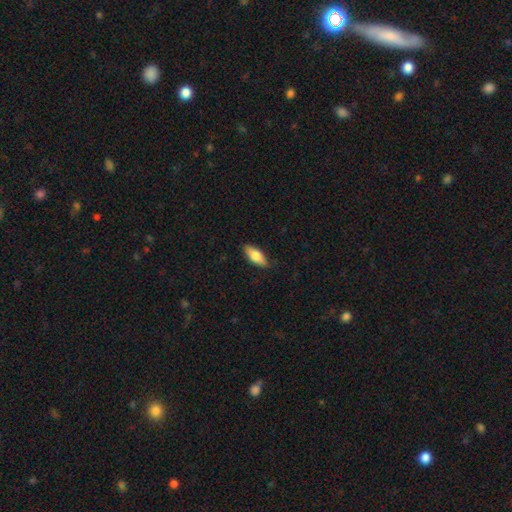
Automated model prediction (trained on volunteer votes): Q: Smooth or featured?
A: smooth (75%); runner-up: featured or disk (19%)
Q: How rounded?
A: in between (79%); runner-up: cigar-shaped (18%)
Q: Merging?
A: none (83%); runner-up: minor disturbance (14%)